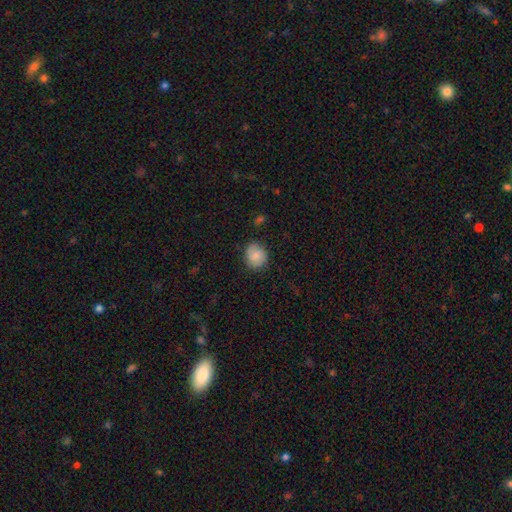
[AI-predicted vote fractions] Smooth or featured? Predicted: smooth (p=0.82). How rounded? Predicted: round (p=0.78). Merging? Predicted: none (p=0.78).